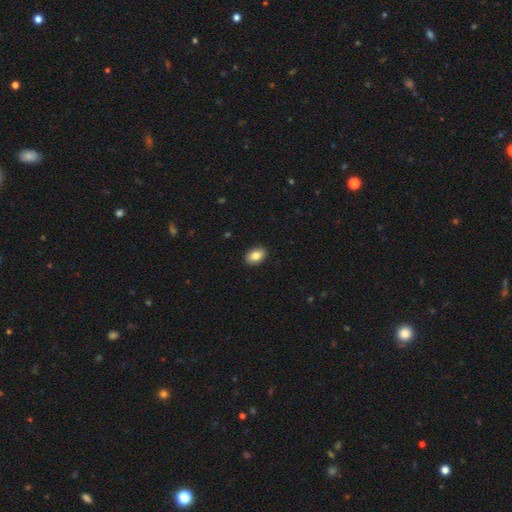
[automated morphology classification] Overall: smooth (83%). How rounded: in between (82%). Merging: none (91%).